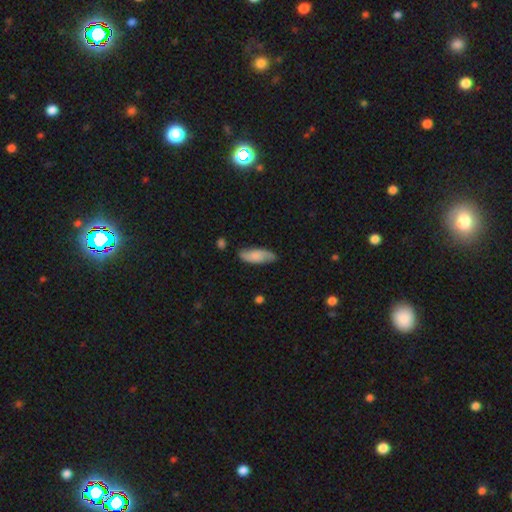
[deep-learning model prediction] Q: Smooth or featured?
A: smooth (63%); runner-up: featured or disk (30%)
Q: How rounded?
A: in between (72%); runner-up: cigar-shaped (26%)
Q: Merging?
A: none (77%); runner-up: minor disturbance (18%)